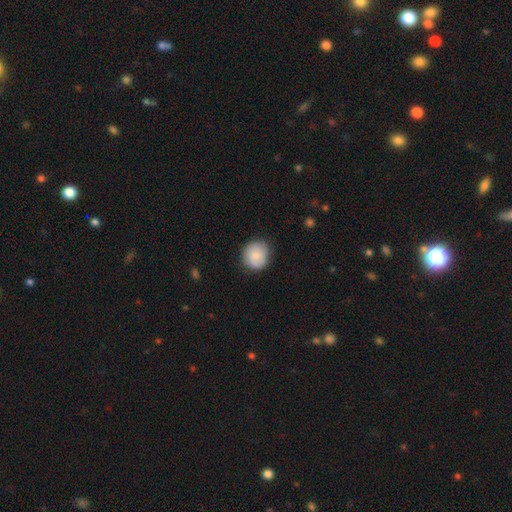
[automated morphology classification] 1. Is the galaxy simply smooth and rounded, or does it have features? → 84% smooth, 10% featured or disk, 7% star or artifact.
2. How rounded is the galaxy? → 87% round, 12% in between, 1% cigar-shaped.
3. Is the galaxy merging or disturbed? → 82% none, 14% minor disturbance, 3% major disturbance, 1% merger.